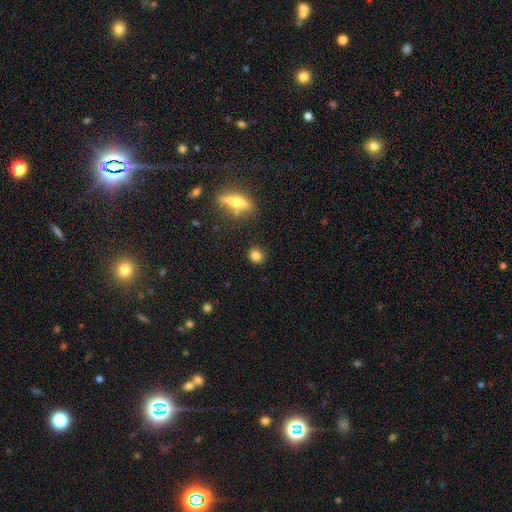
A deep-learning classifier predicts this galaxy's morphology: This appears to be a smooth galaxy with no disk features (82%) that is round (83%). Merging: none (87%).